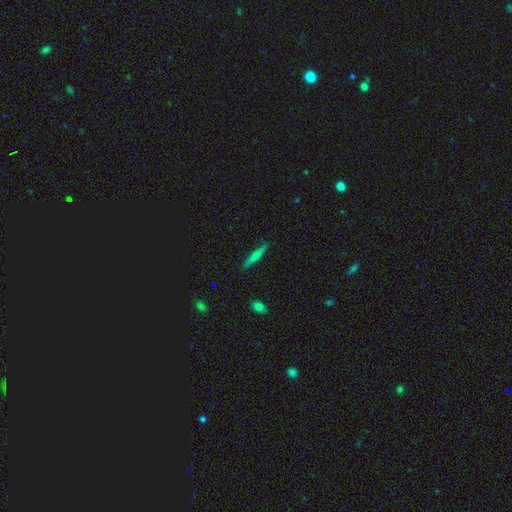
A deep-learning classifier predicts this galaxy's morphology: Q: Smooth or featured?
A: featured or disk (52%); runner-up: smooth (41%)
Q: Edge-on disk?
A: yes (95%); runner-up: no (5%)
Q: Merging?
A: none (86%); runner-up: minor disturbance (10%)